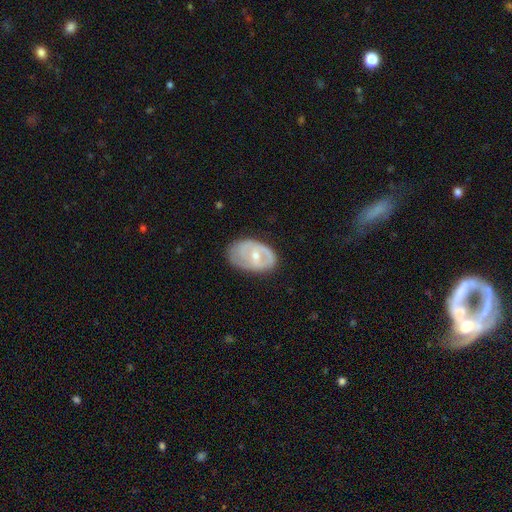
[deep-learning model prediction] featured or disk 62%, smooth 32%, star or artifact 6%. Down the decision tree: edge-on disk — no (94%); bar — weak (45%); spiral arms — no (51%); bulge size — small (51%); merging — none (63%).